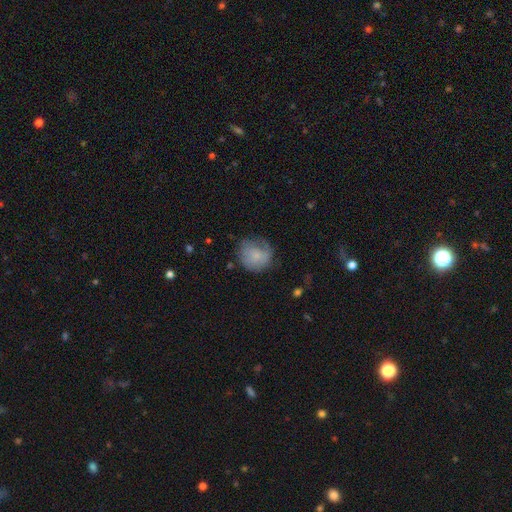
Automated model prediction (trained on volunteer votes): smooth-or-featured: smooth: 71% | featured or disk: 21% | star or artifact: 8%
  how-rounded: round: 83% | in between: 16% | cigar-shaped: 1%
  merging: none: 57% | minor disturbance: 28% | major disturbance: 13% | merger: 2%